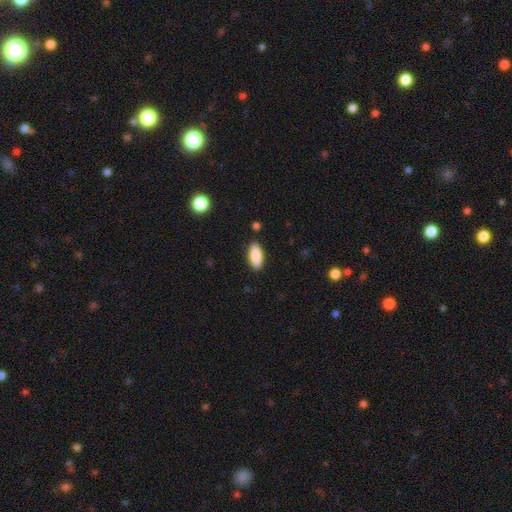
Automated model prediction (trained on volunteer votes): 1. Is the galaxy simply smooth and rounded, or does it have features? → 85% smooth, 9% featured or disk, 6% star or artifact.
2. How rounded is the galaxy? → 81% in between, 17% cigar-shaped, 2% round.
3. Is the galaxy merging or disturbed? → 88% none, 8% minor disturbance, 2% major disturbance, 2% merger.